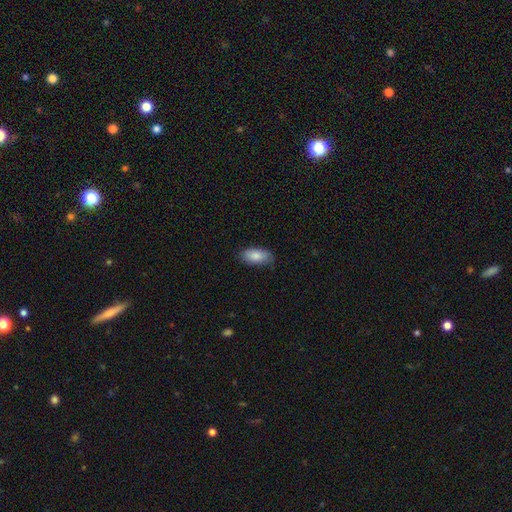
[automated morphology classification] smooth-or-featured: smooth: 85% | featured or disk: 9% | star or artifact: 6%
  how-rounded: in between: 92% | cigar-shaped: 5% | round: 2%
  merging: none: 77% | minor disturbance: 18% | major disturbance: 3% | merger: 1%